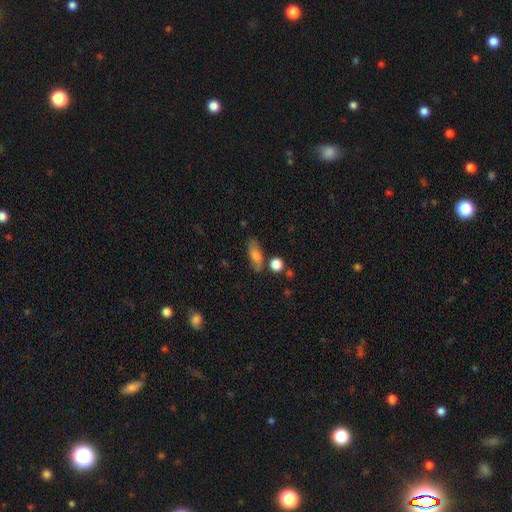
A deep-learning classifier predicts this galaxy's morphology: A smooth galaxy with no disk features (70%) that is in between round and cigar-shaped (68%).

Vote fractions:
- Smooth or featured? smooth: 70% / featured or disk: 20% / star or artifact: 9%
- How rounded? in between: 68% / cigar-shaped: 24% / round: 8%
- Merging? none: 73% / minor disturbance: 16% / merger: 6% / major disturbance: 5%